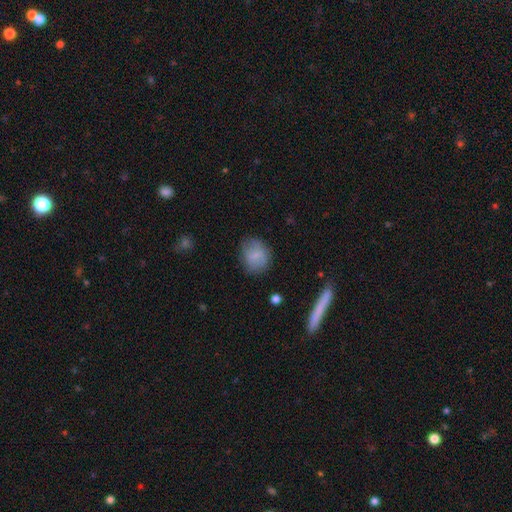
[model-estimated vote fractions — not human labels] This is likely a smooth galaxy (76%). How rounded: likely round (70%). Merging: likely none (75%).